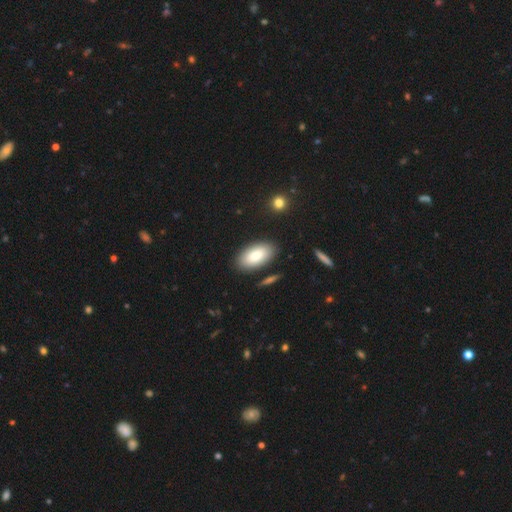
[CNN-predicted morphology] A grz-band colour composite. It shows a smooth galaxy with no disk features (82%) that is in between round and cigar-shaped (93%). Merging: none (85%).